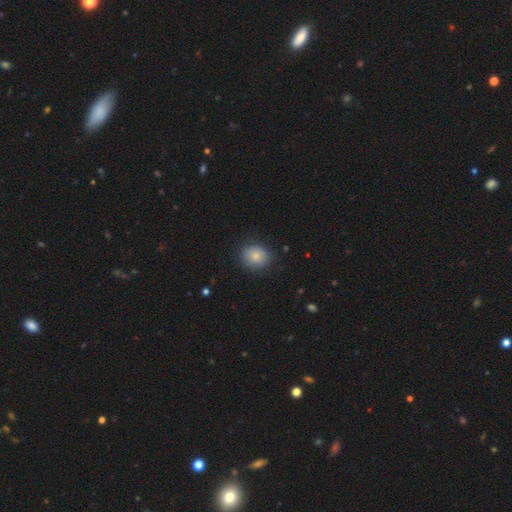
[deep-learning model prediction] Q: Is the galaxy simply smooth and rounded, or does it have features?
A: smooth — 83%.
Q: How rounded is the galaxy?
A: round — 72%.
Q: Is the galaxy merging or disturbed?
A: none — 84%.